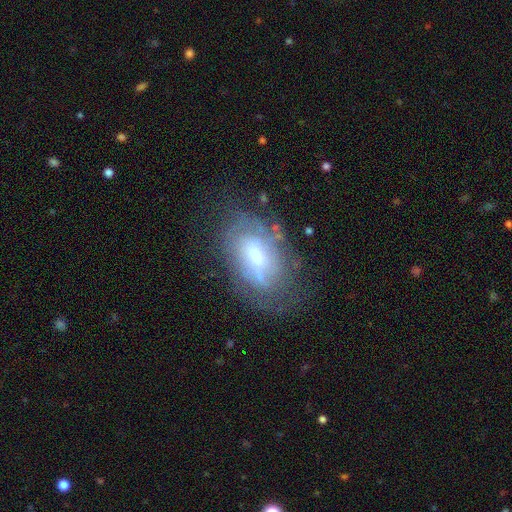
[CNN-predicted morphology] This appears to be a featured or disk galaxy (69%) with no bar (45%), spiral arms (77%) and a moderate central bulge (57%). Merging: none (68%).